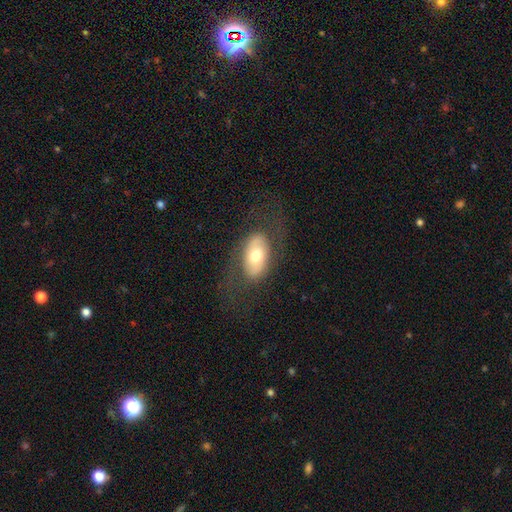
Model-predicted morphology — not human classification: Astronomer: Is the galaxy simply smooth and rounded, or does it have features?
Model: smooth — 56% (runner-up: featured or disk, 37%).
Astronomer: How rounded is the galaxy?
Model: in between — 91%.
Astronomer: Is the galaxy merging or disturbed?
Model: none — 74%.